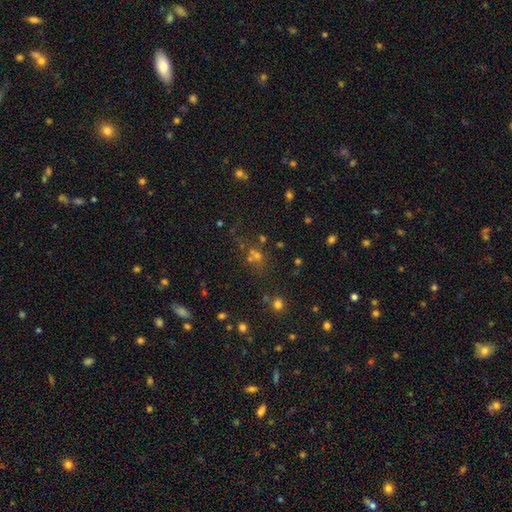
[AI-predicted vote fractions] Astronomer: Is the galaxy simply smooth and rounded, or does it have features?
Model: star or artifact — 49% (runner-up: smooth, 39%).